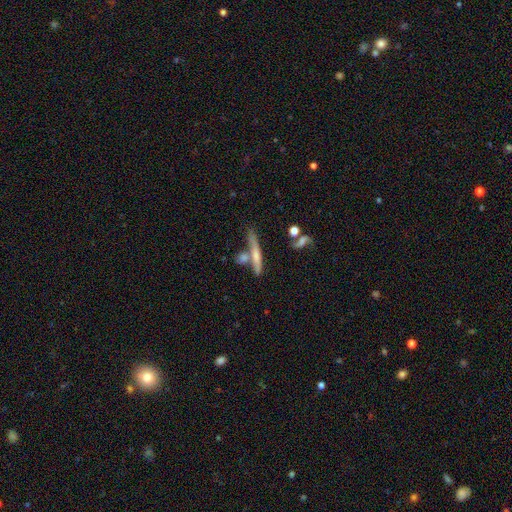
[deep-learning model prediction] Smooth or featured: smooth — 48% (featured or disk — 44%)
Merging: none — 56% (merger — 24%)